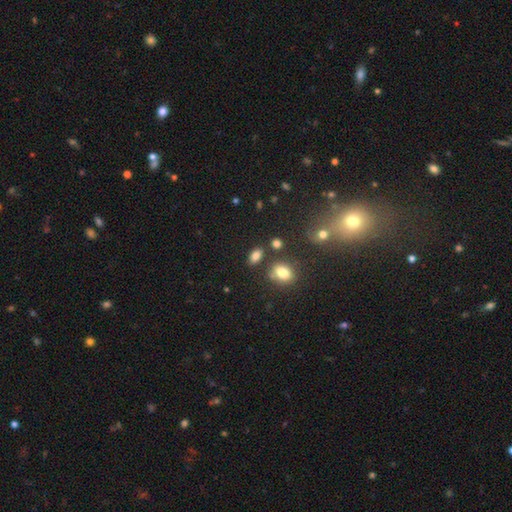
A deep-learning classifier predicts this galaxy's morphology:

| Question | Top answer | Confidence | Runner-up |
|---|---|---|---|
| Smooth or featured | smooth | 82% | star or artifact (12%) |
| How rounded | in between | 86% | round (11%) |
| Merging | none | 77% | minor disturbance (12%) |